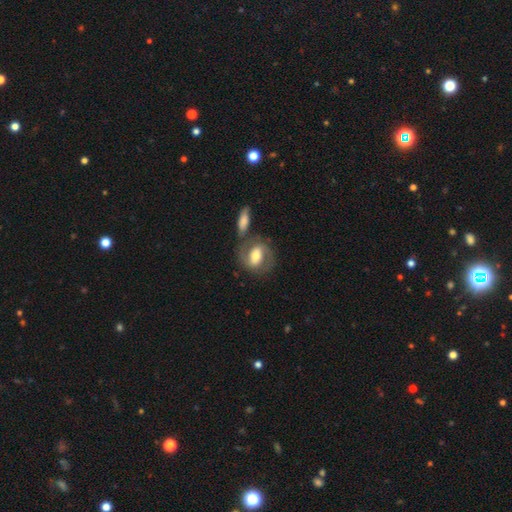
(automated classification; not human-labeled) A featured or disk galaxy (64%) with a weak bar (41%), 2 (86%) medium (51%) spiral arms (82%) and a moderate central bulge (59%). Merging: none (59%).